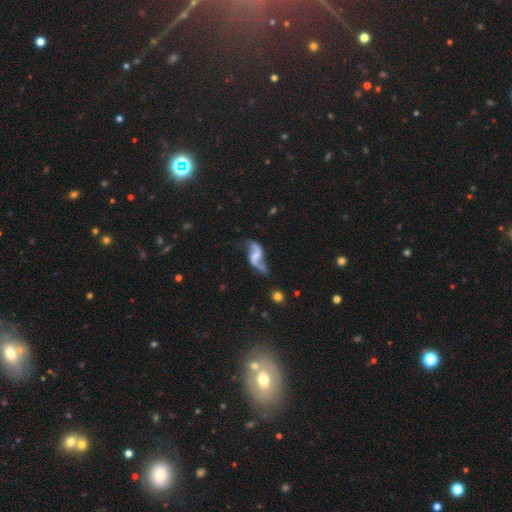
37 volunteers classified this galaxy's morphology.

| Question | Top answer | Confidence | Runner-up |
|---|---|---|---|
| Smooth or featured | featured or disk | 84% | smooth (11%) |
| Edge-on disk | no | 100% | — |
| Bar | weak | 68% | no (19%) |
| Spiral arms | yes | 90% | no (10%) |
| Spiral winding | loose | 86% | medium (11%) |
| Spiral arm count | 2 | 96% | 1 (4%) |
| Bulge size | none | 55% | small (35%) |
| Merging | none | 51% | minor disturbance (20%) |